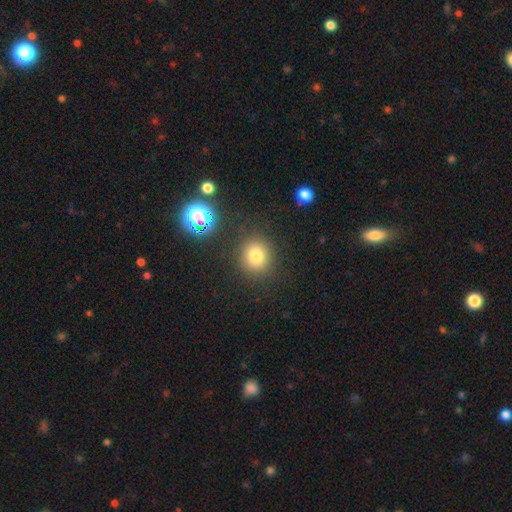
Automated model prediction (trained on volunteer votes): Smooth or featured? Predicted: smooth (p=0.77). How rounded? Predicted: round (p=0.87). Merging? Predicted: none (p=0.87).